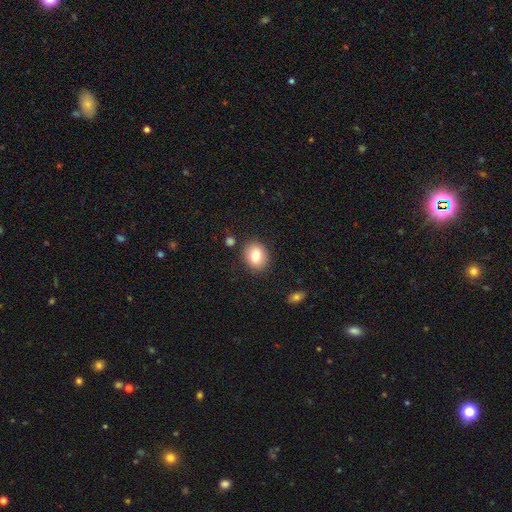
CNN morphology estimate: This appears to be a smooth galaxy with no disk features (81%) that is round (54%). Merging: none (86%).